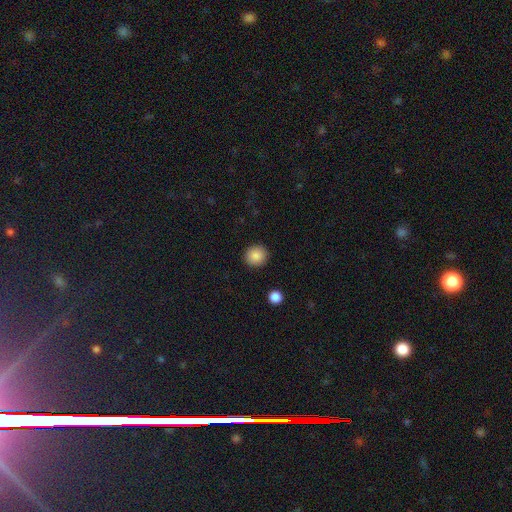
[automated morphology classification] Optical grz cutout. It shows a smooth galaxy with no disk features (88%) that is round (91%). Merging: none (92%).